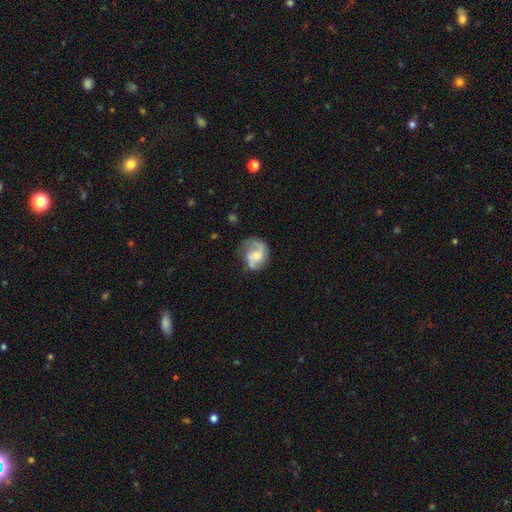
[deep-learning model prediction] smooth_or_featured: featured or disk (p=0.73) [alt: smooth p=0.20]
disk_edge_on: no (p=0.98) [alt: yes p=0.02]
bar: no (p=0.53) [alt: weak p=0.39]
has_spiral_arms: yes (p=0.92) [alt: no p=0.08]
spiral_winding: medium (p=0.46) [alt: loose p=0.36]
spiral_arm_count: 2 (p=0.78) [alt: can't tell p=0.08]
bulge_size: moderate (p=0.40) [alt: small p=0.39]
merging: none (p=0.61) [alt: minor disturbance p=0.23]